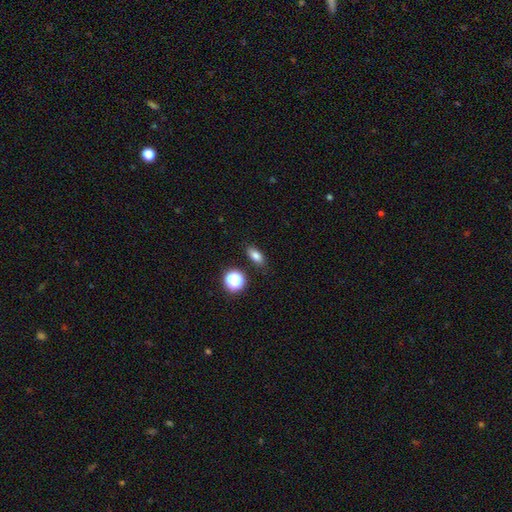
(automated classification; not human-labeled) This is likely a smooth galaxy (79%). How rounded: likely in between (78%). Merging: clearly none (83%).